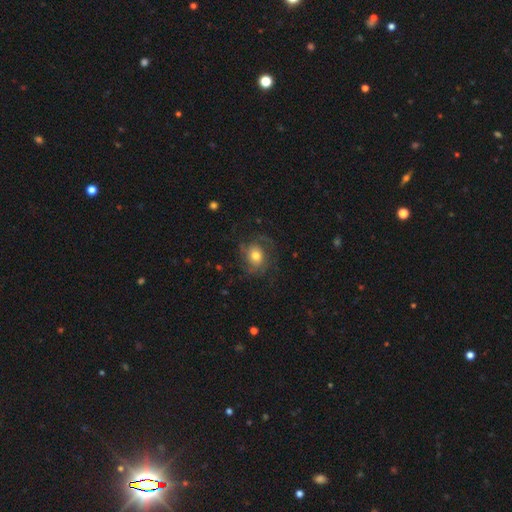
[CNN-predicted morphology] Smooth or featured: featured or disk — 56% (smooth — 35%)
Edge-on disk: no — 97% (yes — 3%)
Bar: no — 79% (weak — 18%)
Spiral arms: yes — 83% (no — 17%)
Bulge size: moderate — 67% (large — 18%)
Merging: none — 62% (minor disturbance — 19%)